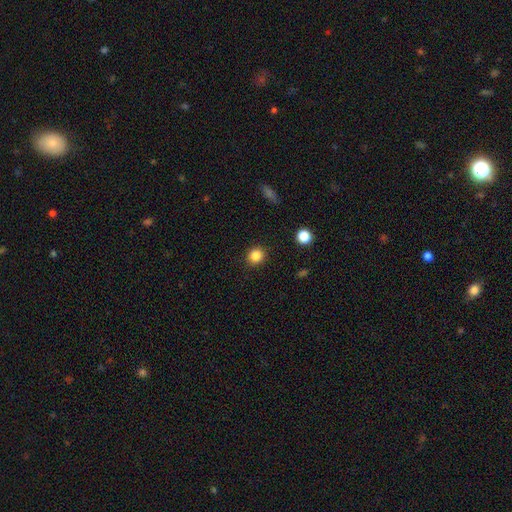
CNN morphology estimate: This is clearly a smooth galaxy (85%). How rounded: clearly round (87%). Merging: clearly none (90%).